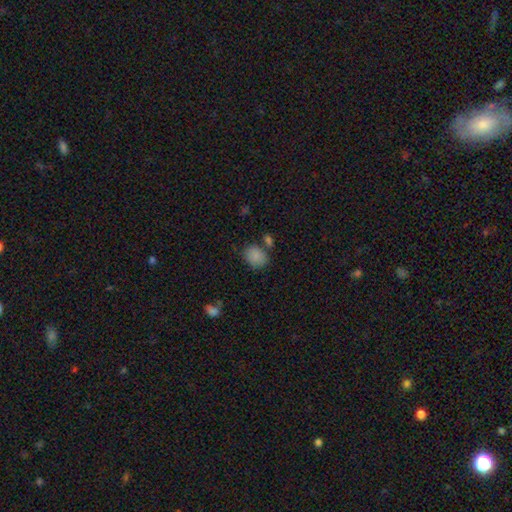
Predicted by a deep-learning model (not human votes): Morphology: type=smooth (86%); roundness=in between (52%); merging=none (68%).